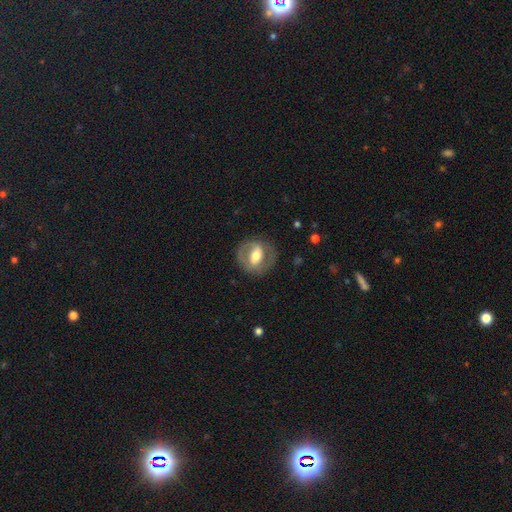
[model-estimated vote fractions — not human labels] This appears to be a featured or disk galaxy (63%) with a strong bar (44%), spiral arms (54%) and a moderate central bulge (64%). Merging: none (77%).